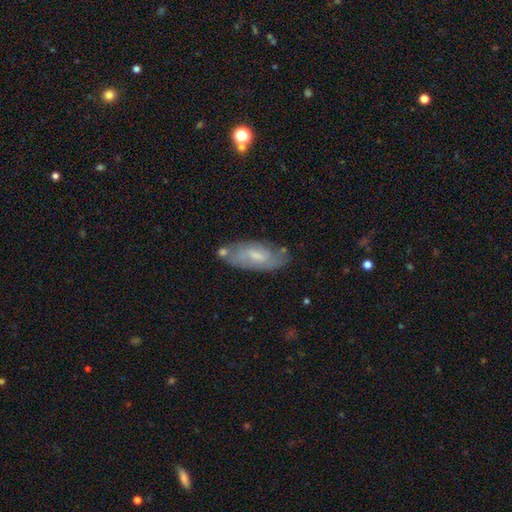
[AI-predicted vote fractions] This is possibly a featured or disk galaxy (52%). It is clearly not viewed edge-on (86%). Merging: likely none (66%).